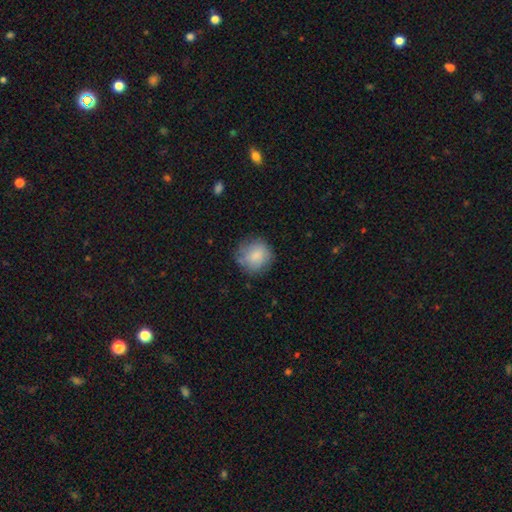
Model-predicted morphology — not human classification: smooth-or-featured: smooth: 82% | featured or disk: 11% | star or artifact: 7%
  how-rounded: round: 90% | in between: 9% | cigar-shaped: 1%
  merging: none: 74% | minor disturbance: 18% | major disturbance: 6% | merger: 1%